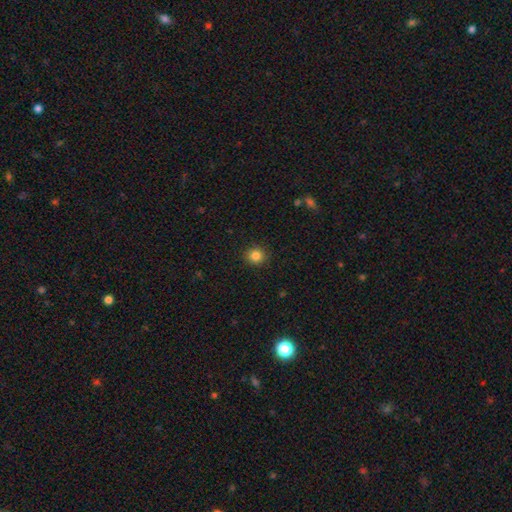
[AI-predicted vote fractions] A smooth galaxy with no disk features (84%) that is round (90%). Merging: none (91%).